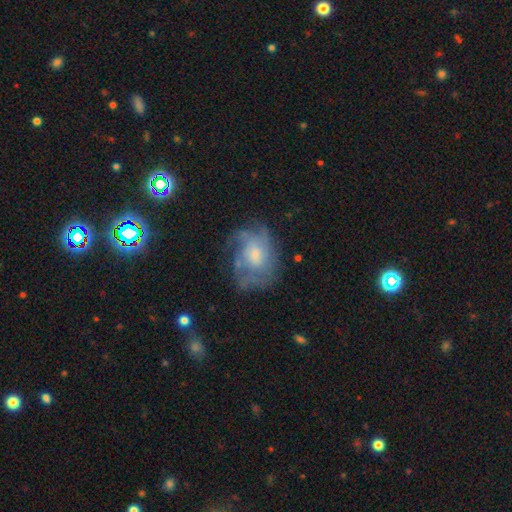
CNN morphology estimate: Smooth or featured: featured or disk — 66% (smooth — 24%)
Edge-on disk: no — 97% (yes — 3%)
Bar: no — 74% (weak — 23%)
Spiral arms: yes — 78% (no — 22%)
Bulge size: small — 50% (moderate — 38%)
Merging: none — 57% (minor disturbance — 23%)